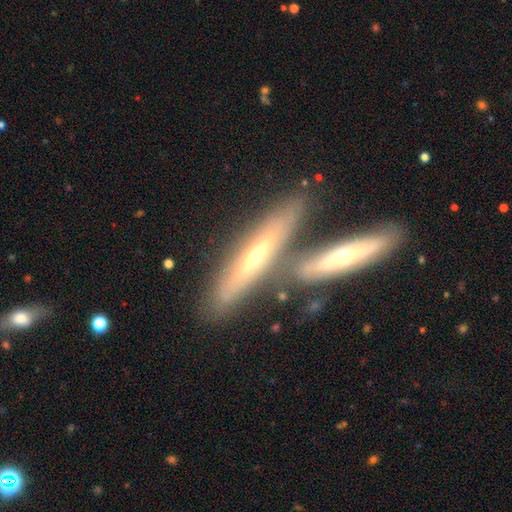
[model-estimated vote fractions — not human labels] A featured or disk galaxy (61%) viewed edge-on (77%).

Vote fractions:
- Smooth or featured? featured or disk: 61% / smooth: 32% / star or artifact: 7%
- Edge-on disk? yes: 77% / no: 23%
- Merging? none: 55% / merger: 31% / minor disturbance: 11% / major disturbance: 3%